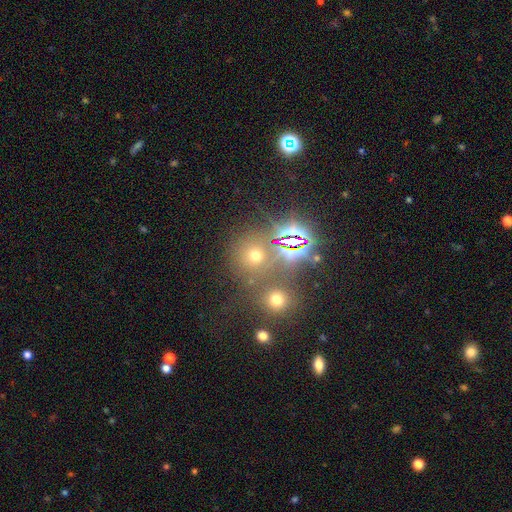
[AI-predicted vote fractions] star or artifact 47%, smooth 43%, featured or disk 10%.